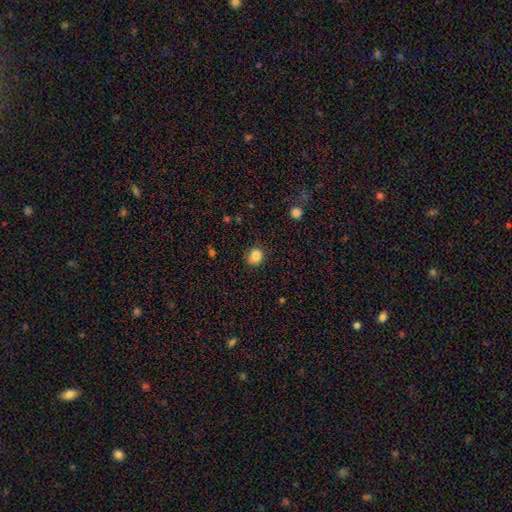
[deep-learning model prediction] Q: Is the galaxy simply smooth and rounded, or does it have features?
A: smooth — 86%.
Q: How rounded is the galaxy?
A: round — 77%.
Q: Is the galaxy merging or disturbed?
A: none — 82%.